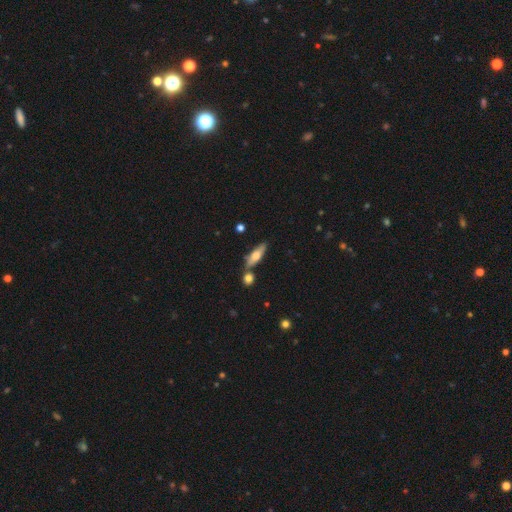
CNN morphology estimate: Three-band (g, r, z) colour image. It shows a smooth galaxy with no disk features (52%) that is cigar-shaped (54%). Merging: none (70%).